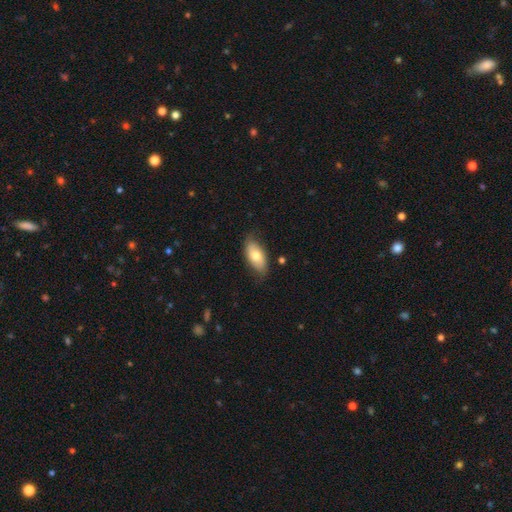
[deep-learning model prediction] This is likely a smooth galaxy (71%). How rounded: clearly in between (92%). Merging: likely none (75%).